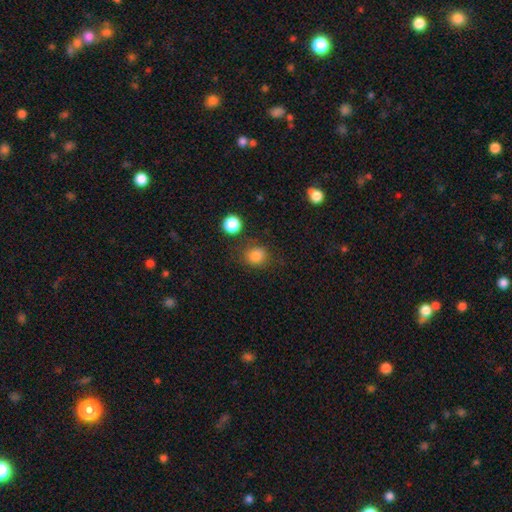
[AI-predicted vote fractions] The model was most divided on "how rounded": round: 80%, in between: 19%, cigar-shaped: 1%. More confident: smooth or featured — smooth (83%); merging — none (76%).